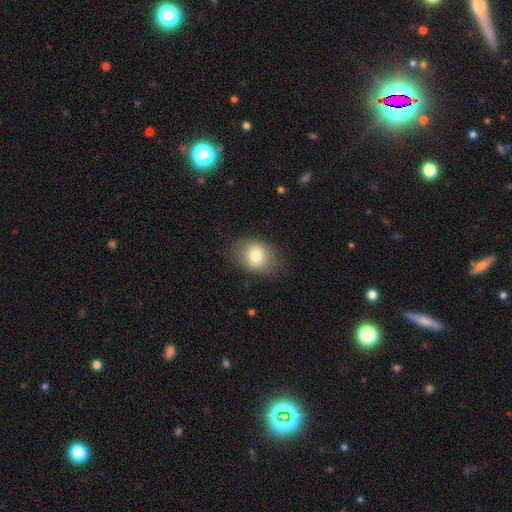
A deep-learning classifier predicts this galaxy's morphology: Q: Smooth or featured?
A: smooth (78%); runner-up: featured or disk (14%)
Q: How rounded?
A: in between (64%); runner-up: round (35%)
Q: Merging?
A: none (81%); runner-up: minor disturbance (14%)